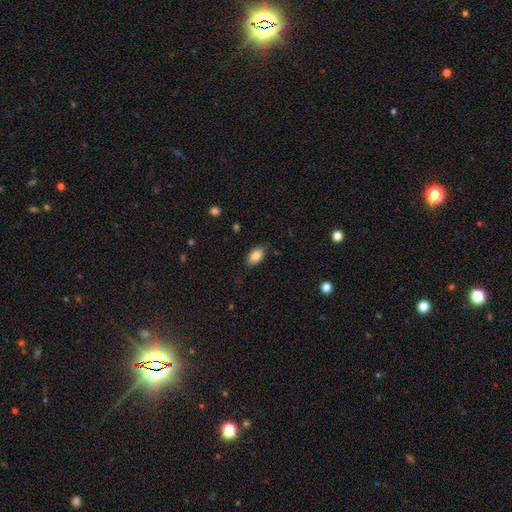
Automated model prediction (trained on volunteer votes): A smooth galaxy with no disk features (84%) that is in between round and cigar-shaped (91%). Merging: none (81%).